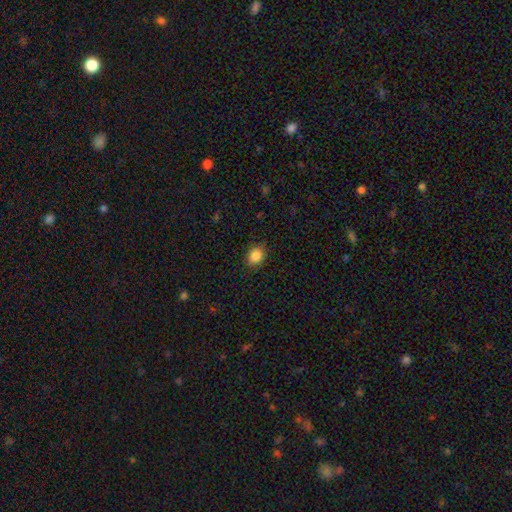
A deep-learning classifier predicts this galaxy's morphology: Q: Smooth or featured?
A: smooth (86%); runner-up: star or artifact (9%)
Q: How rounded?
A: round (54%); runner-up: in between (45%)
Q: Merging?
A: none (87%); runner-up: minor disturbance (9%)